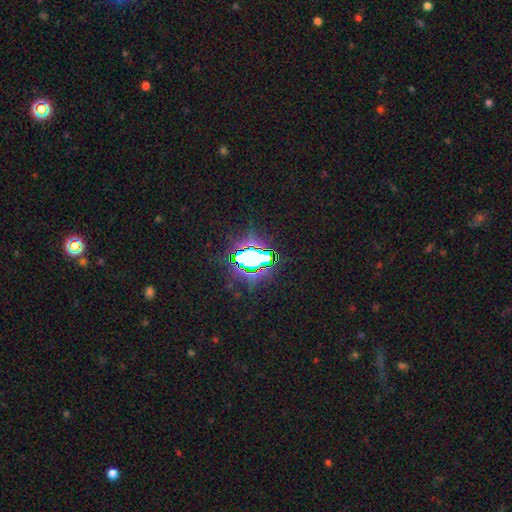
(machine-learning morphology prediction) star or artifact 76%, smooth 14%, featured or disk 9%.